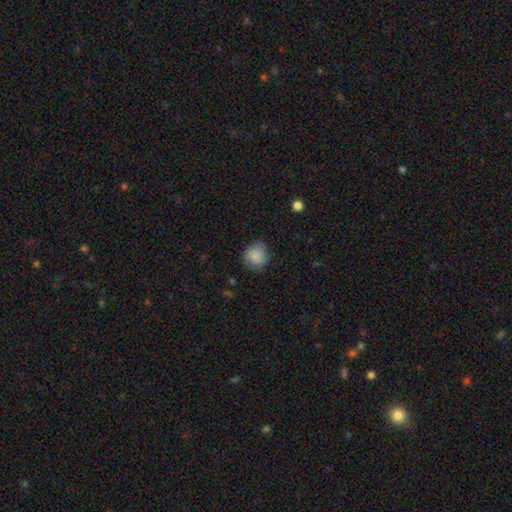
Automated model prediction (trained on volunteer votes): The model was most divided on "merging": none: 75%, minor disturbance: 19%, major disturbance: 5%, merger: 1%. More confident: how rounded — round (85%); smooth or featured — smooth (84%).